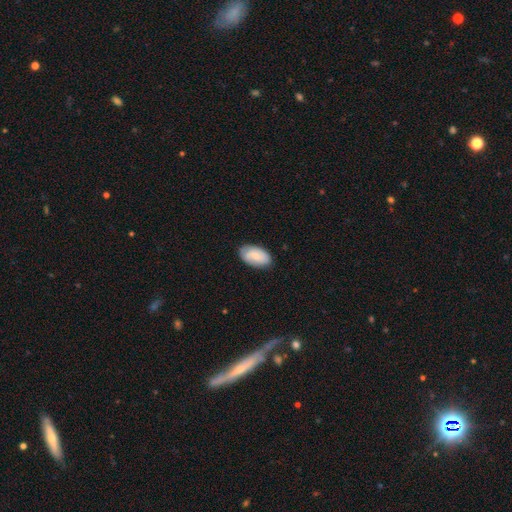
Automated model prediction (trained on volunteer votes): A smooth galaxy with no disk features (57%) that is in between round and cigar-shaped (93%). Merging: none (80%).